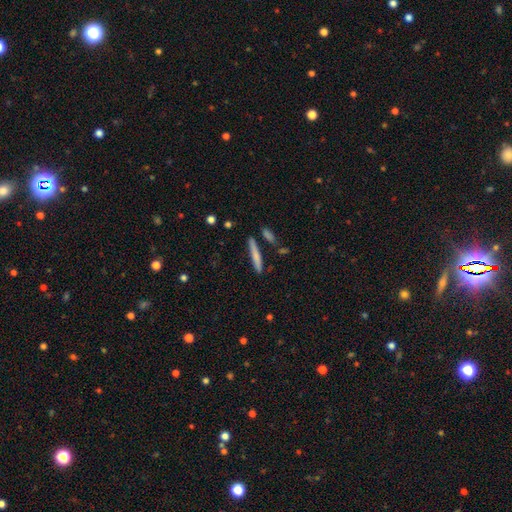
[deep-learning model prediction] This is likely a smooth galaxy (70%). How rounded: clearly cigar-shaped (93%). Merging: clearly none (83%).